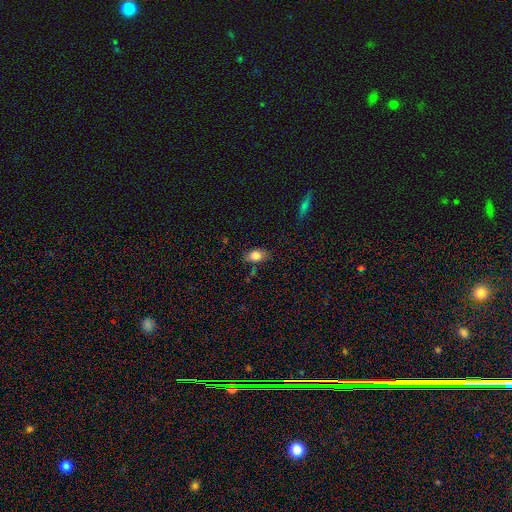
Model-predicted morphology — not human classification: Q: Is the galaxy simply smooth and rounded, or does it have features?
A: smooth — 82%.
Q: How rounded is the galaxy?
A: in between — 86%.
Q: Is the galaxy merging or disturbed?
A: none — 76%.